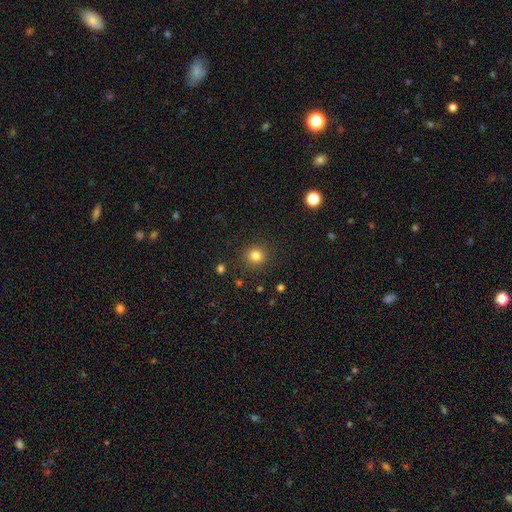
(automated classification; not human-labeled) This appears to be a smooth galaxy with no disk features (82%) that is round (89%). Merging: none (89%).